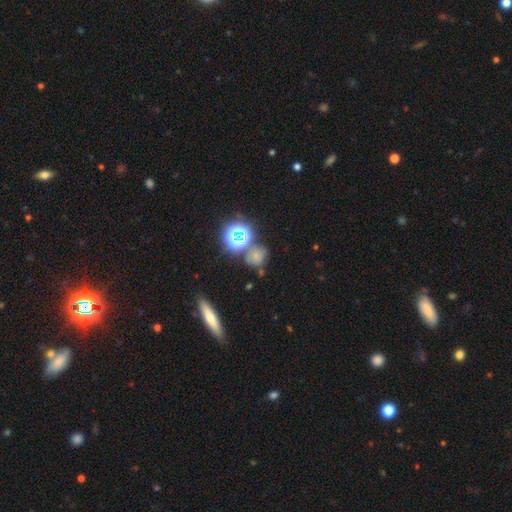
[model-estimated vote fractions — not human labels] Morphology: type=smooth (56%); roundness=round (75%); merging=none (65%).